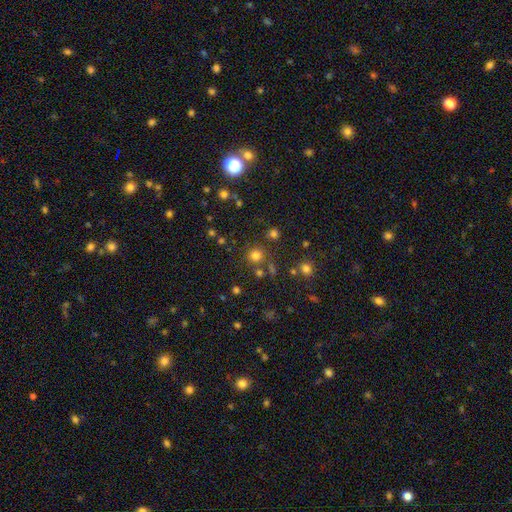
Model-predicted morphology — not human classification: This is likely a smooth galaxy (75%). How rounded: clearly round (92%). Merging: likely none (80%).